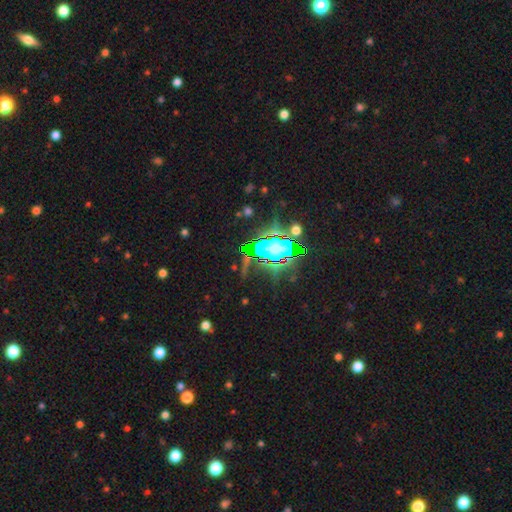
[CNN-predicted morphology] smooth-or-featured: star or artifact: 83% | smooth: 9% | featured or disk: 7%